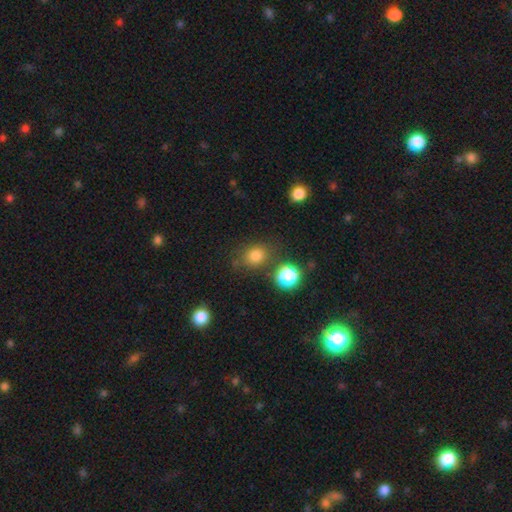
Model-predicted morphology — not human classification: Smooth or featured? smooth (78%)
How rounded? round (61%)
Merging? none (72%)